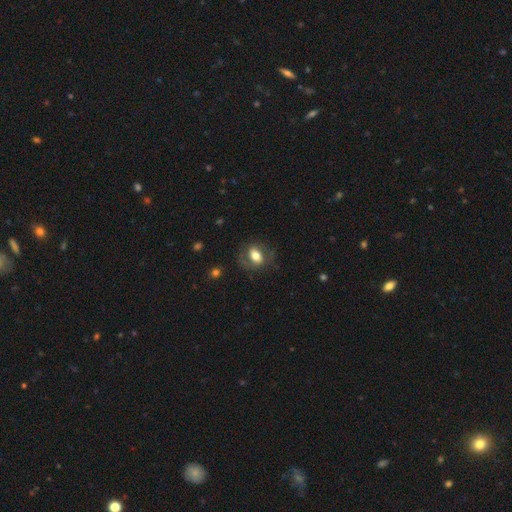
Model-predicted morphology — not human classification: Smooth or featured? Predicted: smooth (p=0.63). How rounded? Predicted: in between (p=0.75). Merging? Predicted: none (p=0.70).